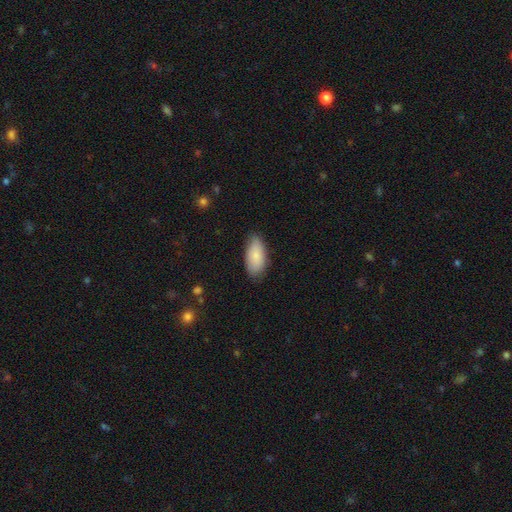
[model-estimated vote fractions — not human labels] This appears to be a smooth galaxy with no disk features (83%) that is in between round and cigar-shaped (93%). Merging: none (78%).